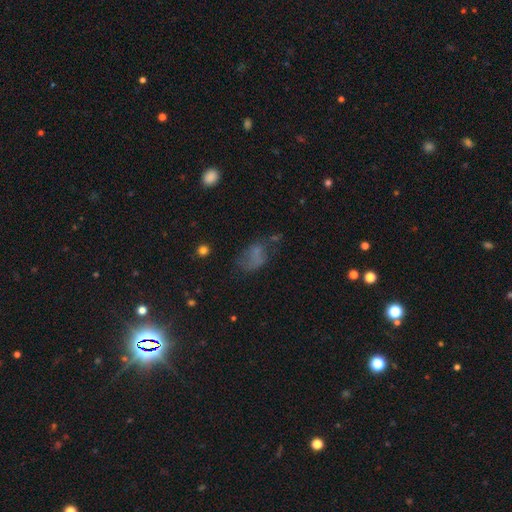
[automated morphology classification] A smooth galaxy with no disk features (55%) that is in between round and cigar-shaped (85%).

Vote fractions:
- Smooth or featured? smooth: 55% / featured or disk: 24% / star or artifact: 21%
- How rounded? in between: 85% / round: 12% / cigar-shaped: 3%
- Merging? none: 39% / major disturbance: 29% / minor disturbance: 26% / merger: 6%